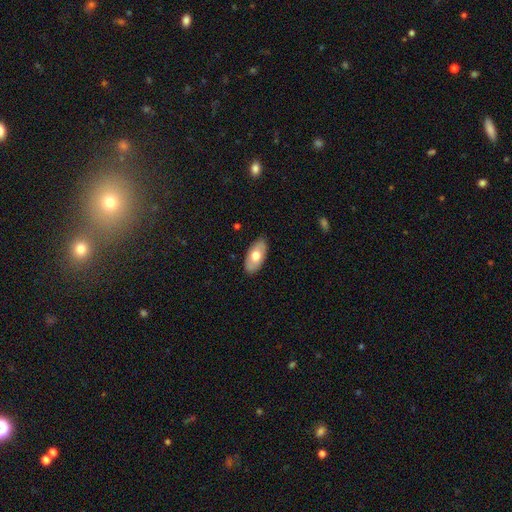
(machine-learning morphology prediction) The model was most divided on "smooth or featured": smooth: 66%, featured or disk: 29%, star or artifact: 5%. More confident: how rounded — in between (94%); merging — none (86%).